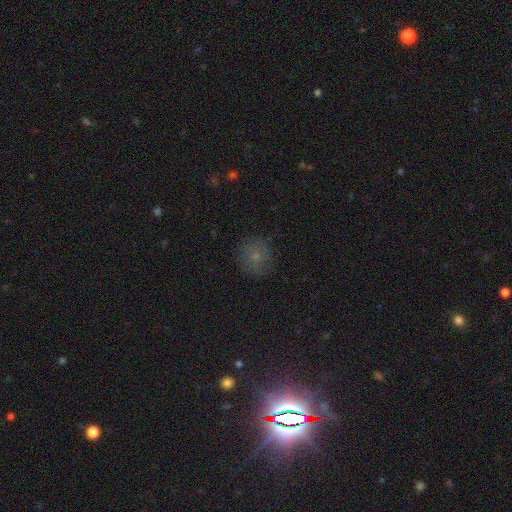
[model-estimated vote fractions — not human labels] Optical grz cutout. It shows a smooth galaxy with no disk features (73%) that is round (90%). Merging: none (82%).